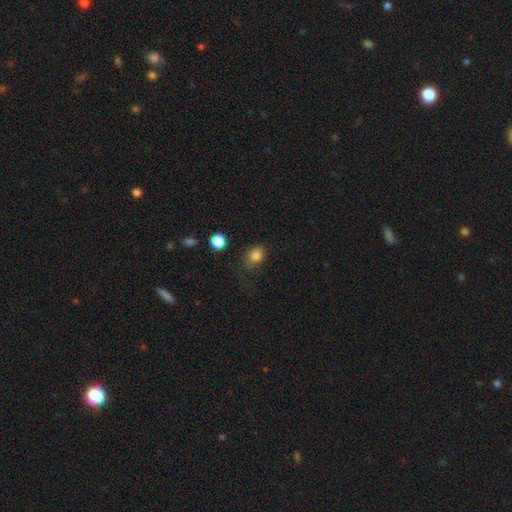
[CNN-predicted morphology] A smooth galaxy with no disk features (82%) that is in between round and cigar-shaped (62%). Merging: none (68%).